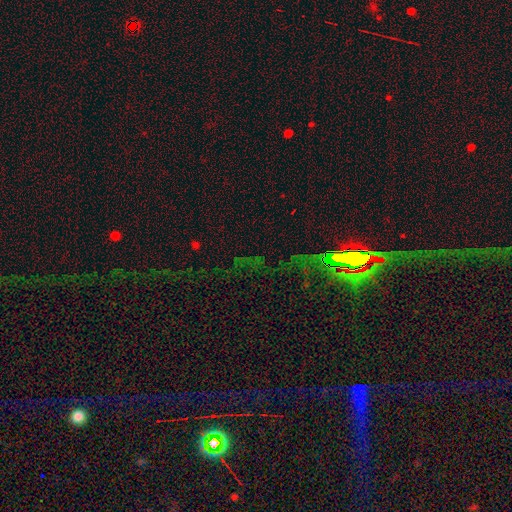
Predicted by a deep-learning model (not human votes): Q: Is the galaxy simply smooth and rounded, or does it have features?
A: star or artifact — 76%.